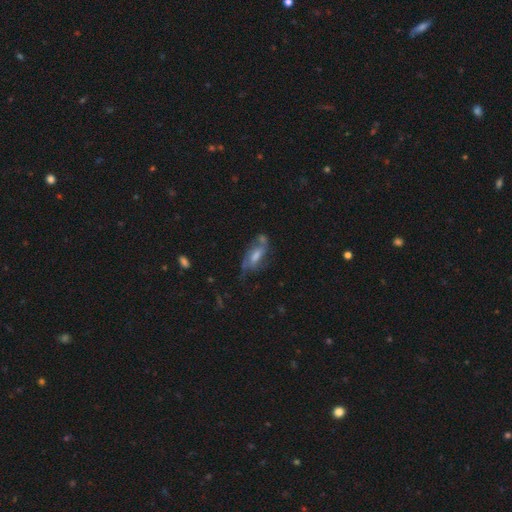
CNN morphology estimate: Smooth or featured?
  - featured or disk: 54% *
  - smooth: 37%
  - star or artifact: 9%
Edge-on disk?
  - no: 85% *
  - yes: 15%
Merging?
  - none: 39% *
  - minor disturbance: 26%
  - major disturbance: 22%
  - merger: 13%